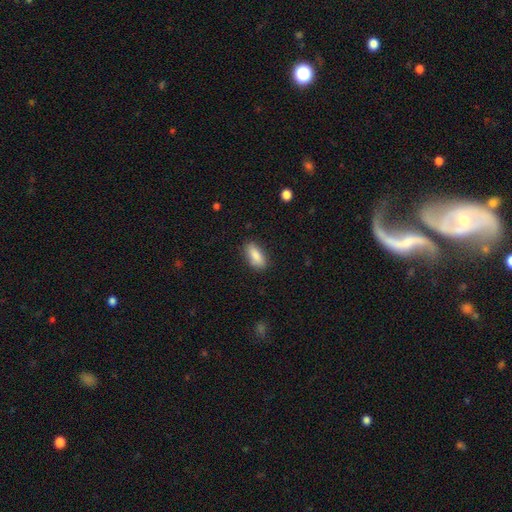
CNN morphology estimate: type=smooth (86%); roundness=in between (81%); merging=none (85%).